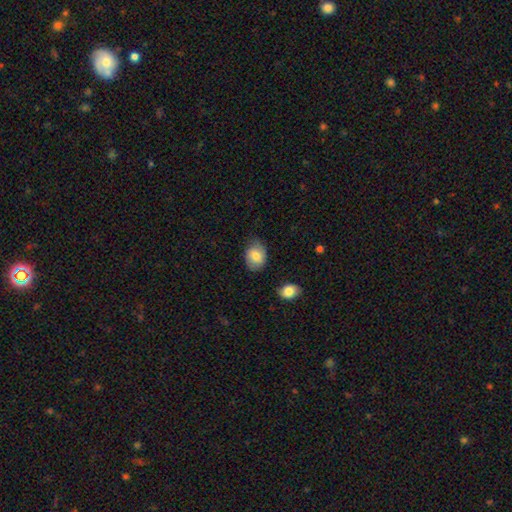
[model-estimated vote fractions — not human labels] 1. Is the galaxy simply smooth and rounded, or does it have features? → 78% smooth, 15% featured or disk, 7% star or artifact.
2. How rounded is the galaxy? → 65% in between, 34% round, 1% cigar-shaped.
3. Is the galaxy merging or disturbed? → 71% none, 22% minor disturbance, 5% major disturbance, 2% merger.